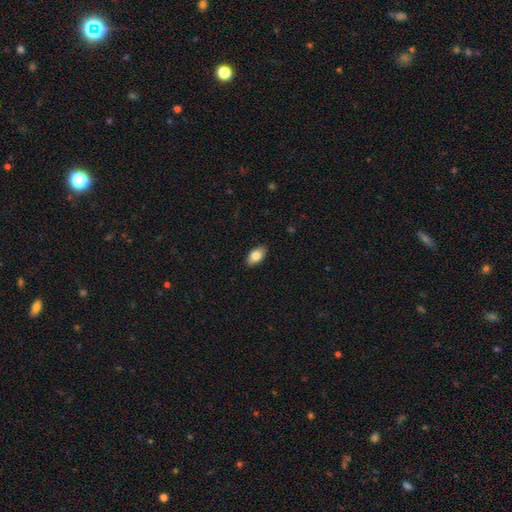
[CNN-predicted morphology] This appears to be a smooth galaxy with no disk features (81%) that is in between round and cigar-shaped (92%). Merging: none (88%).